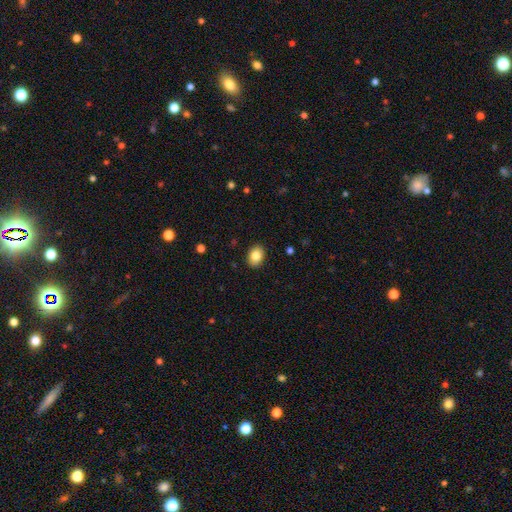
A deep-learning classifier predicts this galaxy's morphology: type=smooth (83%); roundness=in between (66%); merging=none (90%).